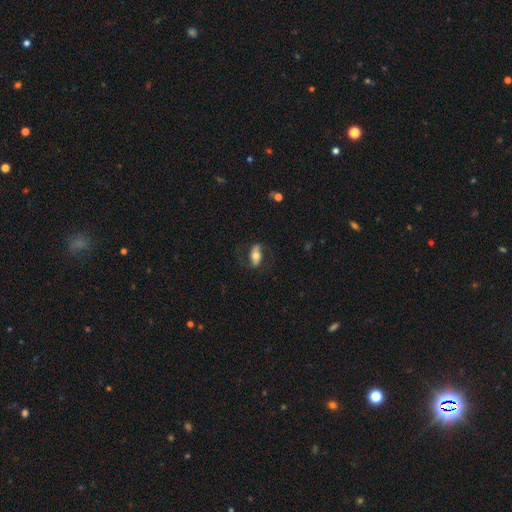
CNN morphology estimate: Overall: smooth (57%; featured or disk 36%). How rounded: in between (84%). Merging: none (72%).